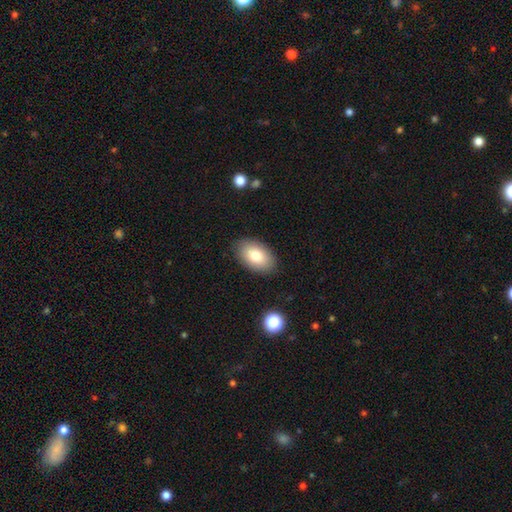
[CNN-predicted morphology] Overall: smooth (81%). How rounded: in between (93%). Merging: none (87%).